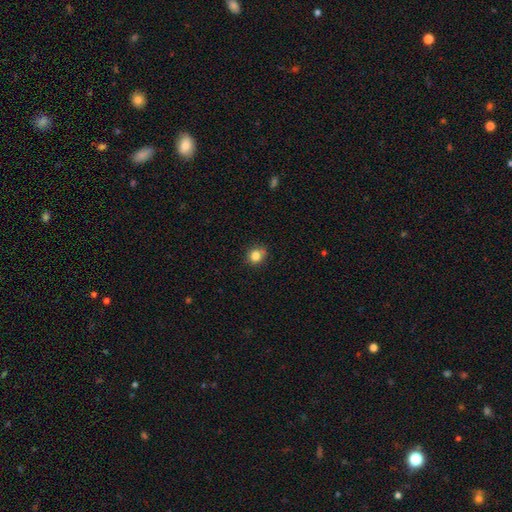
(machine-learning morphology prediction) type=smooth (83%); roundness=round (84%); merging=none (80%).